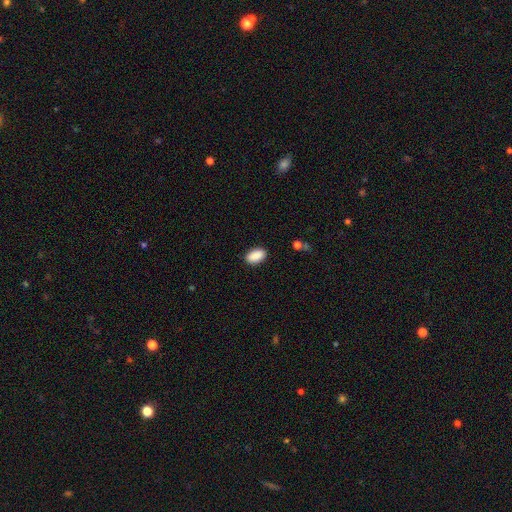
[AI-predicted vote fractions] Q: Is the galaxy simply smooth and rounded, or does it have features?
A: smooth — 90%.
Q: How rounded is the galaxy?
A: in between — 93%.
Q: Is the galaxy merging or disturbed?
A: none — 88%.